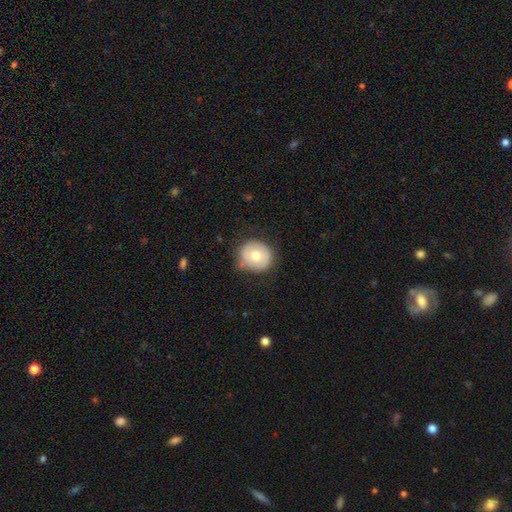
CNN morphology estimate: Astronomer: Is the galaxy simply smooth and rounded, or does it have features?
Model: smooth — 67%.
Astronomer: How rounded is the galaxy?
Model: round — 84%.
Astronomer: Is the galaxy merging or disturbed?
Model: none — 73%.